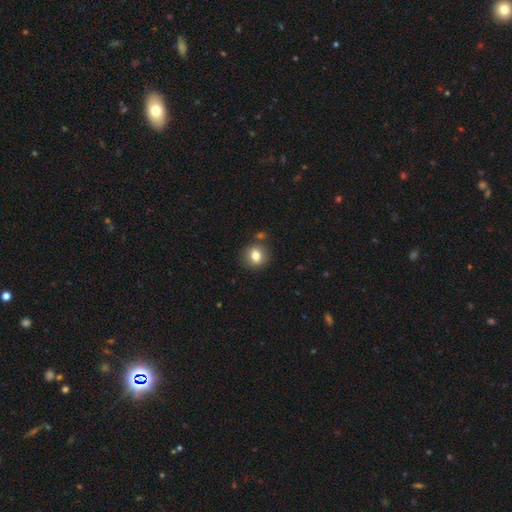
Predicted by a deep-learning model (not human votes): Smooth or featured?
  - smooth: 79% *
  - featured or disk: 11%
  - star or artifact: 10%
How rounded?
  - round: 74% *
  - in between: 25%
  - cigar-shaped: 1%
Merging?
  - none: 82% *
  - minor disturbance: 9%
  - merger: 6%
  - major disturbance: 3%